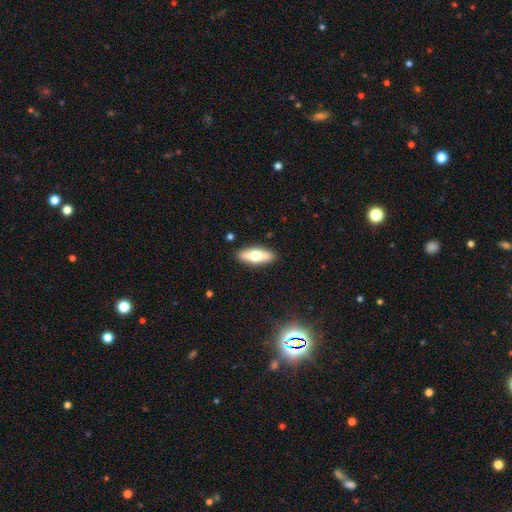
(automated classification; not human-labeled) A smooth galaxy with no disk features (56%) that is in between round and cigar-shaped (61%). Merging: none (89%).